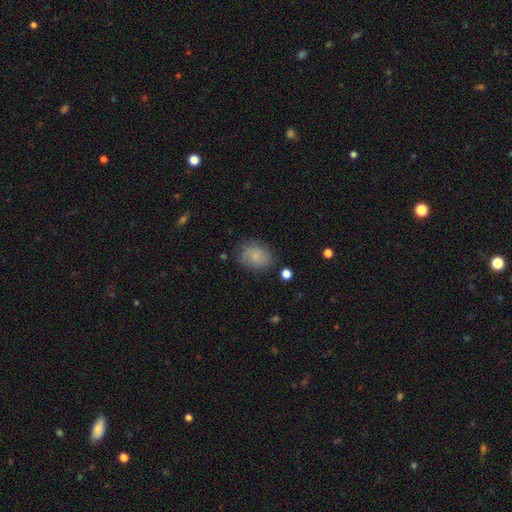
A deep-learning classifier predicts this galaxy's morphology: This is likely a smooth galaxy (78%). How rounded: possibly in between (51%). Merging: likely none (73%).